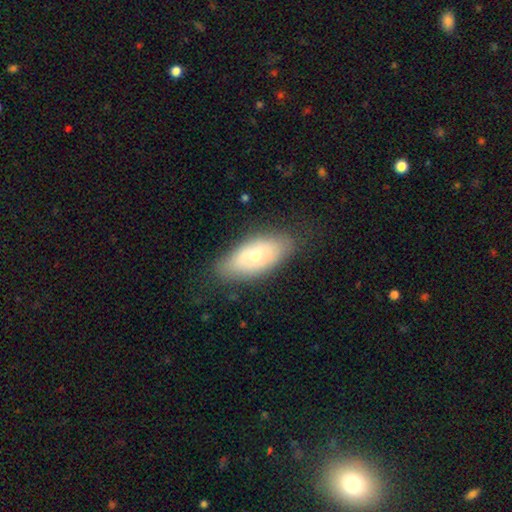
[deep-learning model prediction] smooth-or-featured: smooth: 56% | featured or disk: 36% | star or artifact: 7%
  how-rounded: in between: 88% | cigar-shaped: 7% | round: 5%
  merging: none: 75% | minor disturbance: 18% | major disturbance: 5% | merger: 2%